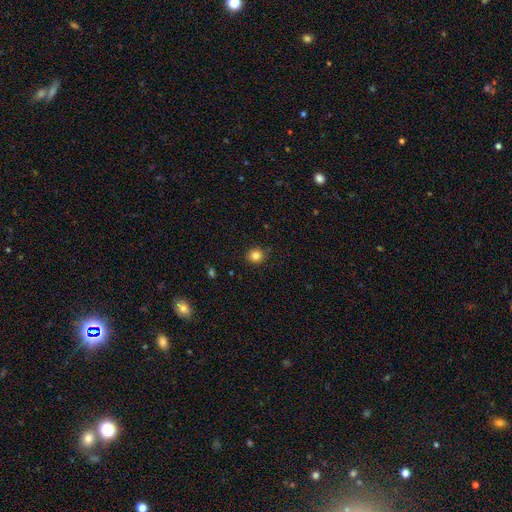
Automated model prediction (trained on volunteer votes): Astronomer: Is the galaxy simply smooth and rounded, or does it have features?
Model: smooth — 83%.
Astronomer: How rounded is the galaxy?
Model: round — 85%.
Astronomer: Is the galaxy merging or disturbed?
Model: none — 88%.